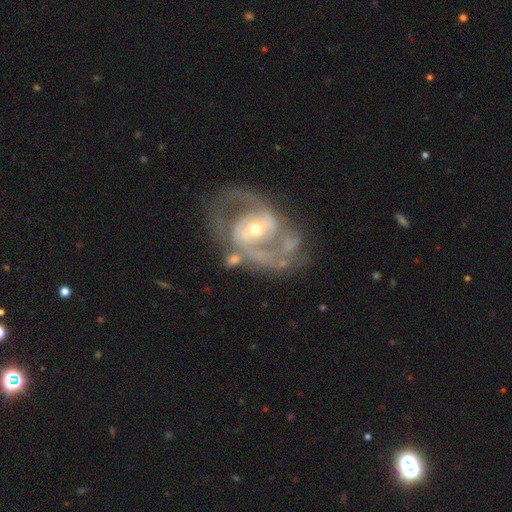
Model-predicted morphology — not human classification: A featured or disk galaxy (88%) with a weak bar (40%), 2 (75%) medium (52%) spiral arms (92%) and a small central bulge (57%). Merging: none (61%).